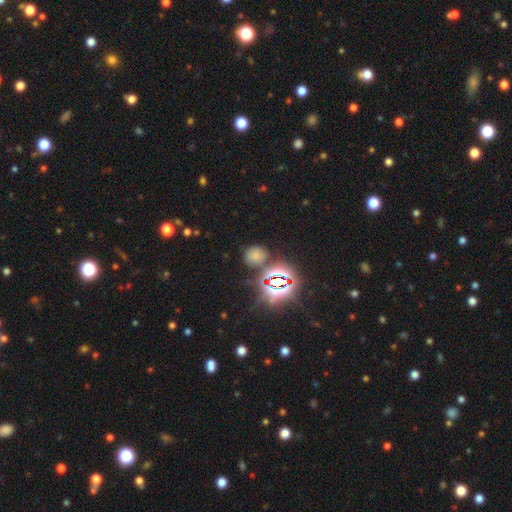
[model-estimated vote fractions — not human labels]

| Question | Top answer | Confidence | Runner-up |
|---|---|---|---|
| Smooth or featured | smooth | 51% | star or artifact (41%) |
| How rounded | round | 71% | in between (27%) |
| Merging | none | 75% | minor disturbance (13%) |